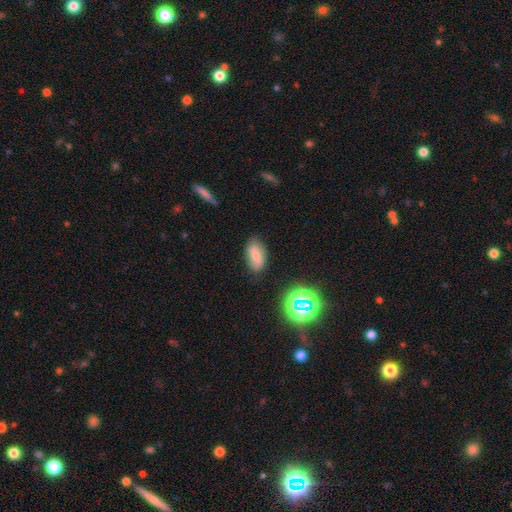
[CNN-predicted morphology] A smooth galaxy with no disk features (66%) that is in between round and cigar-shaped (90%). Merging: none (77%).